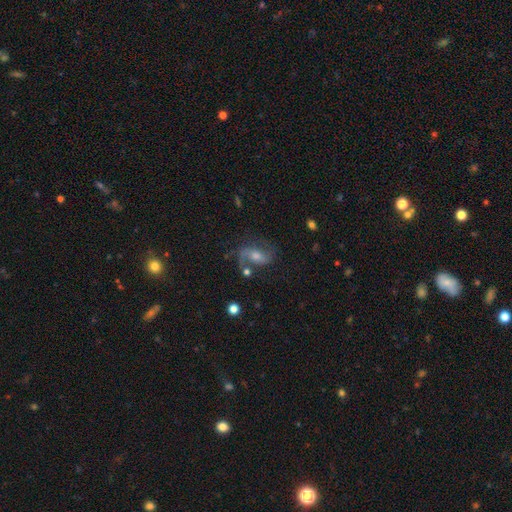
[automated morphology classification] The model was most divided on "bar": weak: 43%, no: 39%, strong: 18%. Remaining: edge-on disk — no (96%); spiral arms — yes (93%); spiral arm count — 2 (84%); smooth or featured — featured or disk (75%); merging — none (64%); bulge size — moderate (54%); spiral winding — loose (48%).